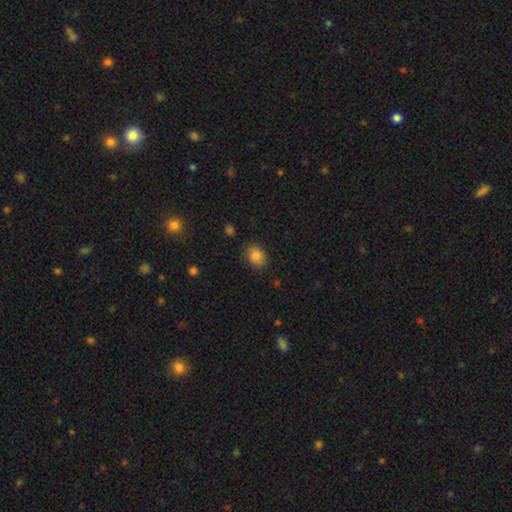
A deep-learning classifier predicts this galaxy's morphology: smooth-or-featured: smooth: 84% | star or artifact: 10% | featured or disk: 6%
  how-rounded: in between: 52% | round: 47% | cigar-shaped: 1%
  merging: none: 83% | minor disturbance: 13% | major disturbance: 3% | merger: 1%